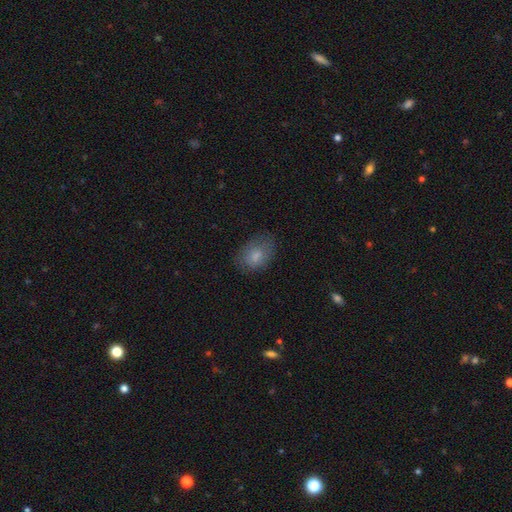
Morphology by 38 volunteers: Volunteers were most divided on "merging": none: 58%, minor disturbance: 25%, major disturbance: 14%, merger: 3%. More confident: smooth or featured — smooth (95%); how rounded — in between (72%).